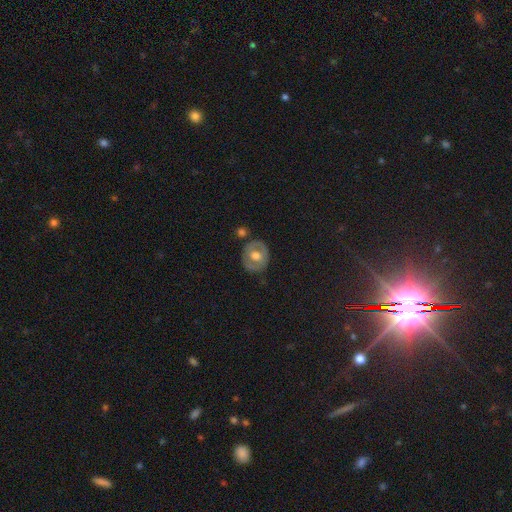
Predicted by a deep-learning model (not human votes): This appears to be a featured or disk galaxy (47%). Merging: none (76%).